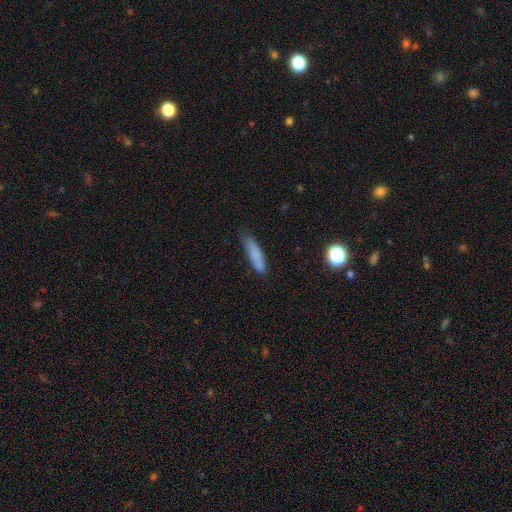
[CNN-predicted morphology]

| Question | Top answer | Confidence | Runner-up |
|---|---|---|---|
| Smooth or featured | smooth | 80% | featured or disk (11%) |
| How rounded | cigar-shaped | 79% | in between (19%) |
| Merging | none | 74% | minor disturbance (20%) |